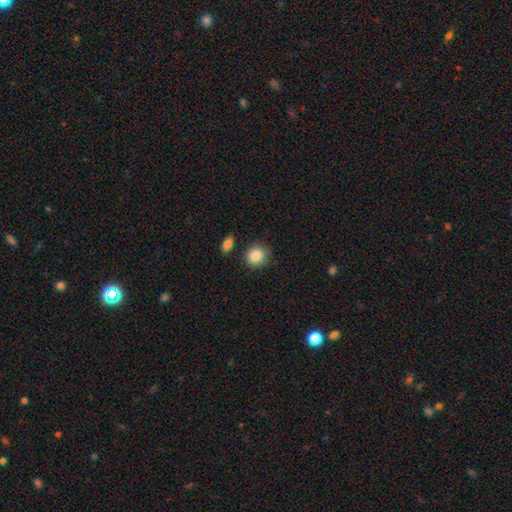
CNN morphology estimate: A smooth galaxy with no disk features (88%) that is round (84%).

Vote fractions:
- Smooth or featured? smooth: 88% / star or artifact: 8% / featured or disk: 5%
- How rounded? round: 84% / in between: 15% / cigar-shaped: 1%
- Merging? none: 79% / minor disturbance: 14% / merger: 3% / major disturbance: 3%